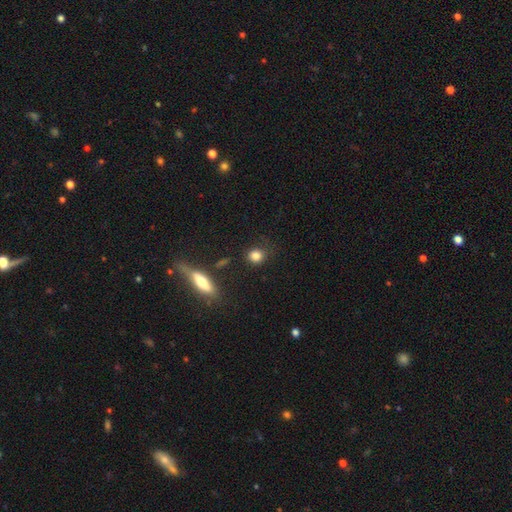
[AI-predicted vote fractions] This is clearly a smooth galaxy (83%). How rounded: likely round (79%). Merging: likely none (76%).